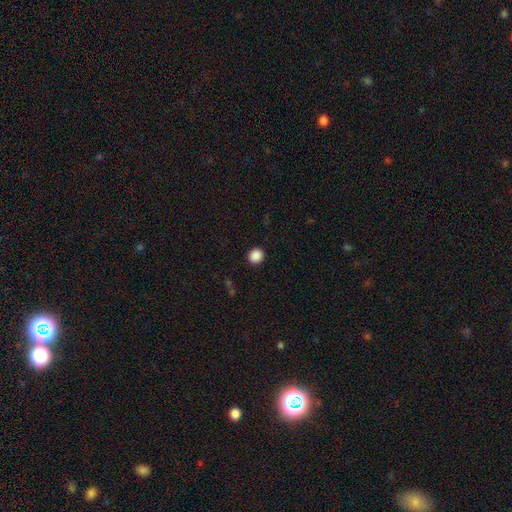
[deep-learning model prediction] This is clearly a smooth galaxy (89%). How rounded: clearly round (87%). Merging: clearly none (92%).